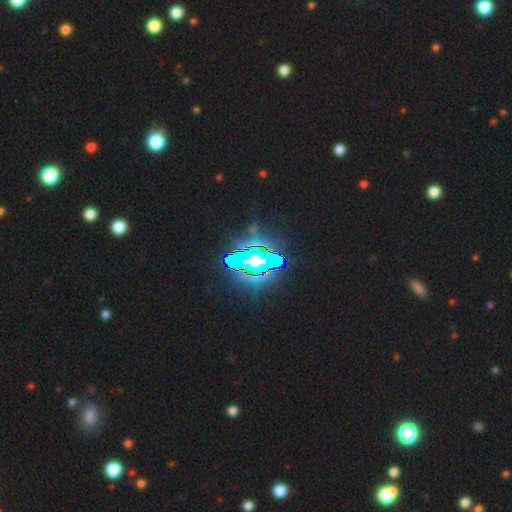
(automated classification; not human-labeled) star or artifact 84%, smooth 9%, featured or disk 7%.